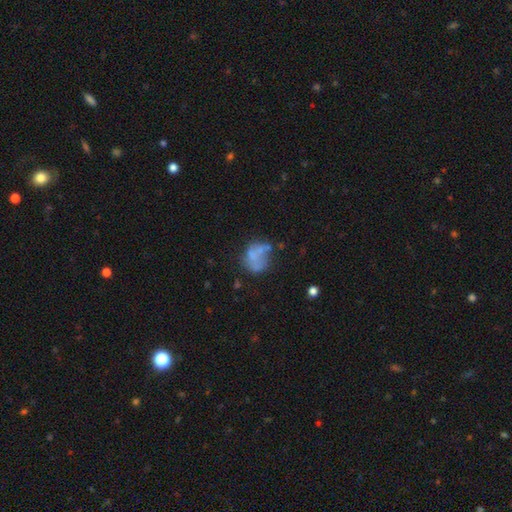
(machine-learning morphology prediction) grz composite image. It shows a smooth galaxy with no disk features (51%) that is round (55%). Merging: none (36%).